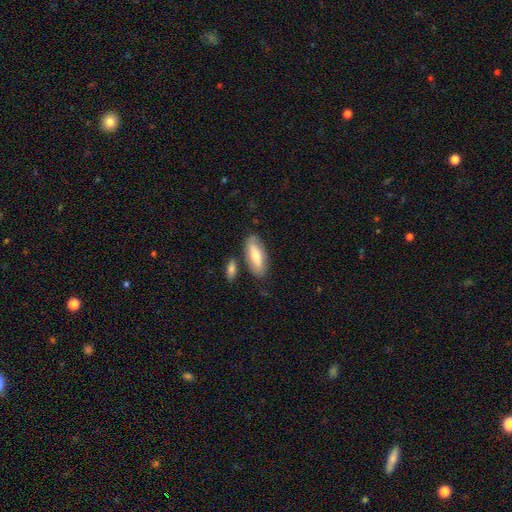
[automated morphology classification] This appears to be a smooth galaxy with no disk features (65%) that is in between round and cigar-shaped (73%). Merging: none (73%).